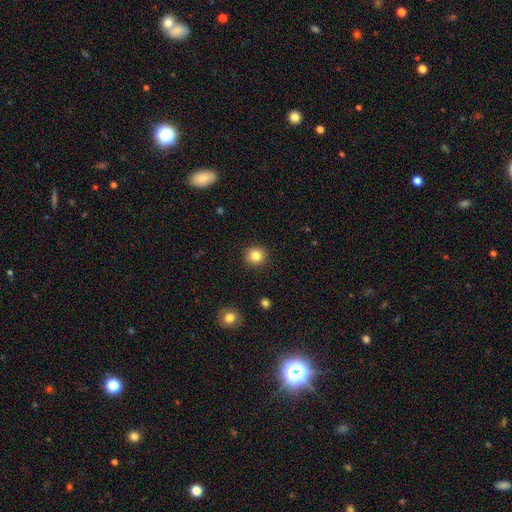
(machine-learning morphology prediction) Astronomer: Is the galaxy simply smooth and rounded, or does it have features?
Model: smooth — 83%.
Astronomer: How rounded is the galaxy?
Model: round — 92%.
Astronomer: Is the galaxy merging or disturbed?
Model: none — 92%.